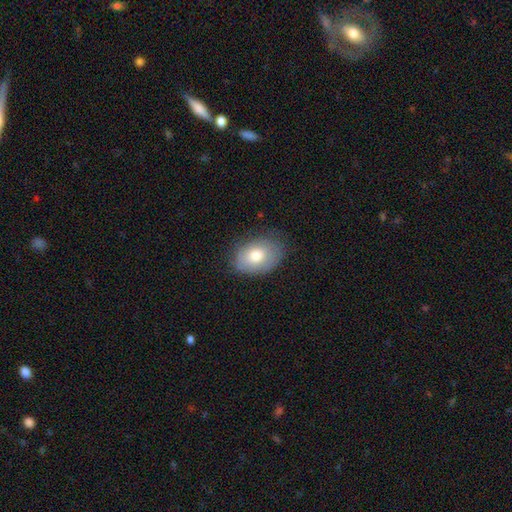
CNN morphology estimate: smooth 73%, featured or disk 20%, star or artifact 7%. Down the decision tree: how rounded — in between (84%); merging — none (75%).